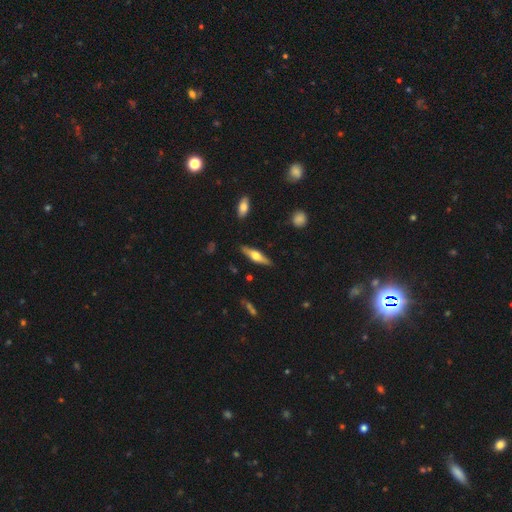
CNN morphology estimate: featured or disk 61%, smooth 33%, star or artifact 6%. Down the decision tree: edge-on disk — yes (95%); edge-on bulge — rounded (92%); merging — none (88%).